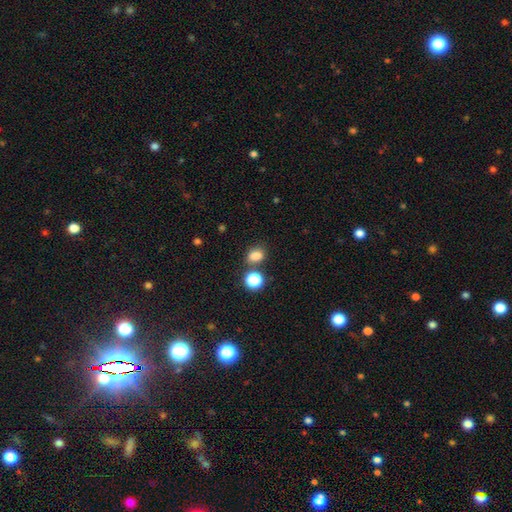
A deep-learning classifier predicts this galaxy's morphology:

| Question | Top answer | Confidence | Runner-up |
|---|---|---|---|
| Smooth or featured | smooth | 81% | star or artifact (14%) |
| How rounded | in between | 60% | round (39%) |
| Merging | none | 70% | merger (14%) |